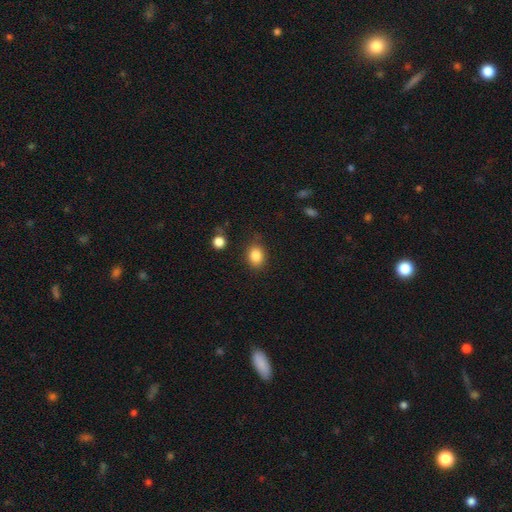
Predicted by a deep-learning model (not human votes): Smooth or featured?
  - smooth: 85% *
  - star or artifact: 10%
  - featured or disk: 5%
How rounded?
  - in between: 57% *
  - round: 42%
  - cigar-shaped: 1%
Merging?
  - none: 82% *
  - minor disturbance: 12%
  - major disturbance: 3%
  - merger: 3%